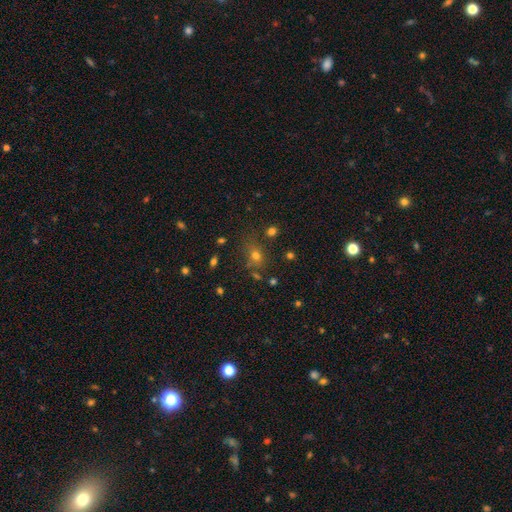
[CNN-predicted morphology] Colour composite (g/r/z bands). It shows a smooth galaxy with no disk features (62%) that is round (57%). Merging: none (69%).